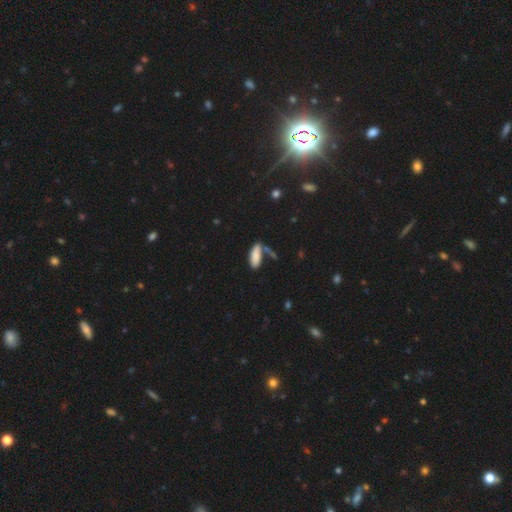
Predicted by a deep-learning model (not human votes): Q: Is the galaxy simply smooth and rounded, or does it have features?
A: smooth — 83%.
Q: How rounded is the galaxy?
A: in between — 66%.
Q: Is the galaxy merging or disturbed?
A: none — 52%.